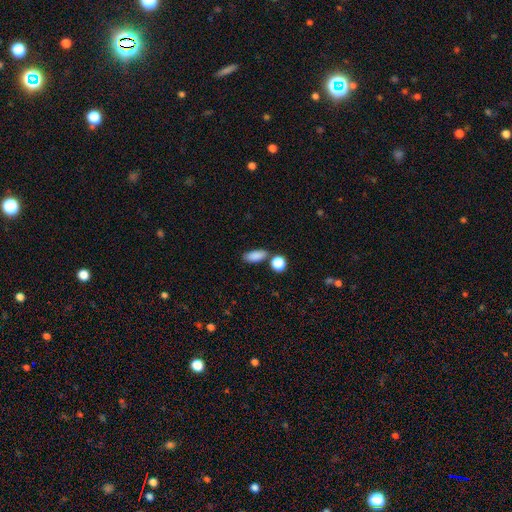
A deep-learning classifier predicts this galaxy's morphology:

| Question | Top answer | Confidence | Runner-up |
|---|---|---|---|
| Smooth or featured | smooth | 86% | star or artifact (9%) |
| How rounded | in between | 82% | cigar-shaped (11%) |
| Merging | none | 72% | minor disturbance (13%) |